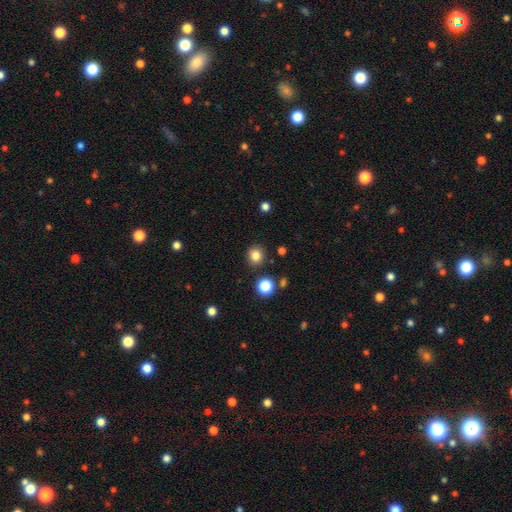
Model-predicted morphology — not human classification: Smooth or featured: smooth — 82% (star or artifact — 13%)
How rounded: round — 89% (in between — 10%)
Merging: none — 88% (minor disturbance — 7%)